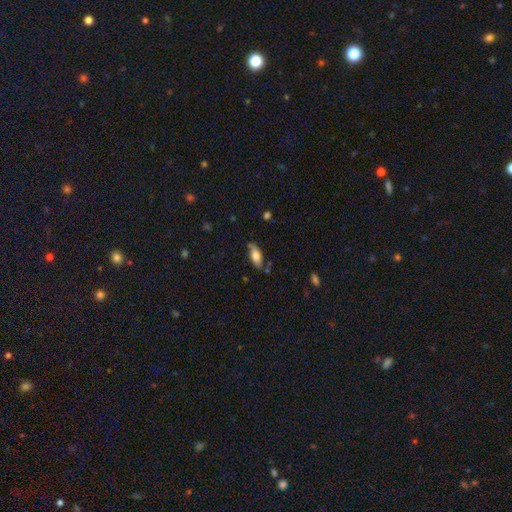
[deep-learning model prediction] smooth 60%, featured or disk 33%, star or artifact 7%. Down the decision tree: how rounded — in between (74%); merging — none (72%).